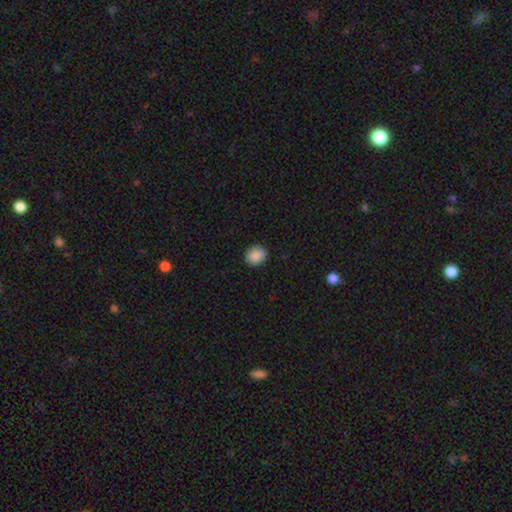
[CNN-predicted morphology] Q: Smooth or featured?
A: smooth (87%); runner-up: star or artifact (8%)
Q: How rounded?
A: round (73%); runner-up: in between (26%)
Q: Merging?
A: none (88%); runner-up: minor disturbance (9%)